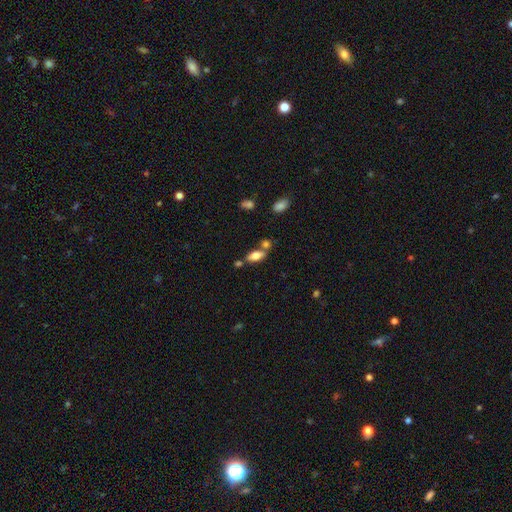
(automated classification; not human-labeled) Overall: smooth (72%). How rounded: in between (84%). Merging: none (60%; merger 22%).